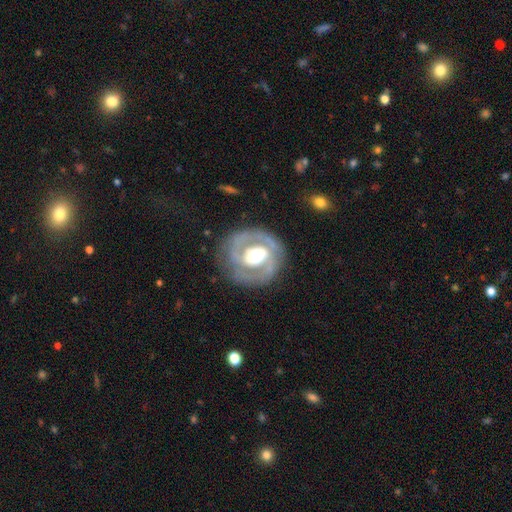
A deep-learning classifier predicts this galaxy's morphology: Smooth or featured? Predicted: featured or disk (p=0.81). Edge-on disk? Predicted: no (p=0.97). Bar? Predicted: weak (p=0.37). Spiral arms? Predicted: yes (p=0.77). Spiral winding? Predicted: tight (p=0.53). Spiral arm count? Predicted: 2 (p=0.74). Bulge size? Predicted: moderate (p=0.61). Merging? Predicted: none (p=0.77).